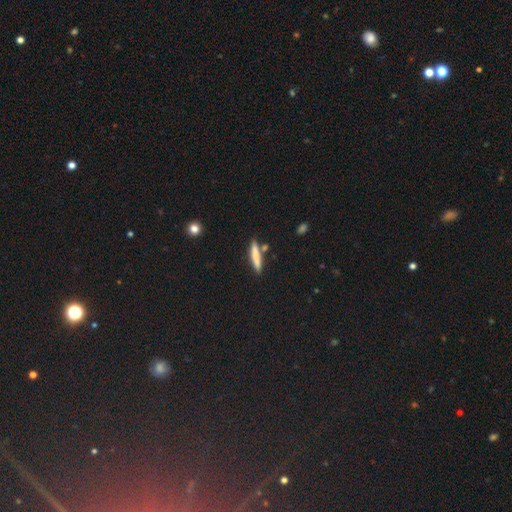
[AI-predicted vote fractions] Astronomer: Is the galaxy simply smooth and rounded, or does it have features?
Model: smooth — 73%.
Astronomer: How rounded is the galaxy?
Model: cigar-shaped — 91%.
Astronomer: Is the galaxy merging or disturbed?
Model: none — 79%.